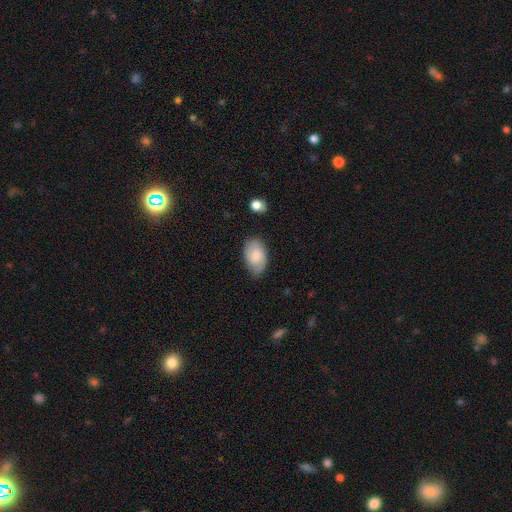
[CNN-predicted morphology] Smooth or featured?
  - smooth: 70% *
  - featured or disk: 23%
  - star or artifact: 7%
How rounded?
  - in between: 93% *
  - round: 6%
  - cigar-shaped: 1%
Merging?
  - none: 77% *
  - minor disturbance: 18%
  - major disturbance: 3%
  - merger: 2%